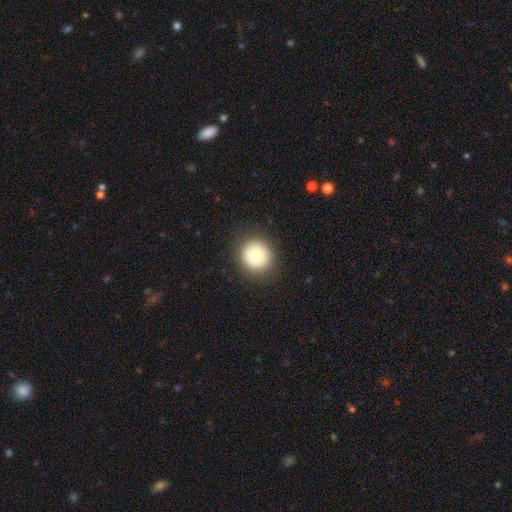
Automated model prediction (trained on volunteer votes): Smooth or featured: smooth — 77% (featured or disk — 14%)
How rounded: round — 95% (in between — 4%)
Merging: none — 89% (minor disturbance — 7%)